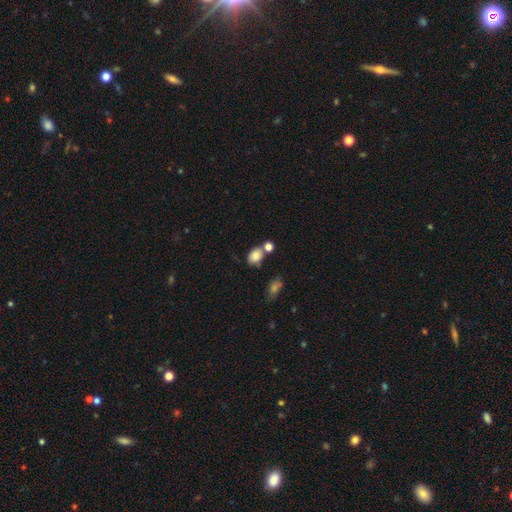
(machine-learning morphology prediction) smooth_or_featured: smooth (p=0.81) [alt: star or artifact p=0.11]
how_rounded: in between (p=0.65) [alt: round p=0.33]
merging: none (p=0.52) [alt: merger p=0.25]